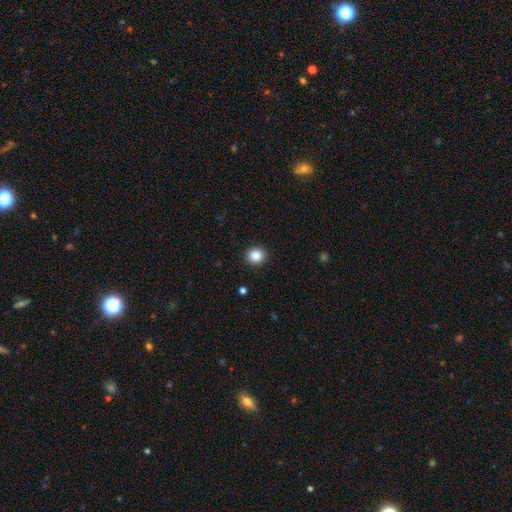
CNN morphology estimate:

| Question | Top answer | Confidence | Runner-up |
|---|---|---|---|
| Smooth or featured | smooth | 87% | star or artifact (10%) |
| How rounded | round | 81% | in between (18%) |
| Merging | none | 91% | minor disturbance (6%) |